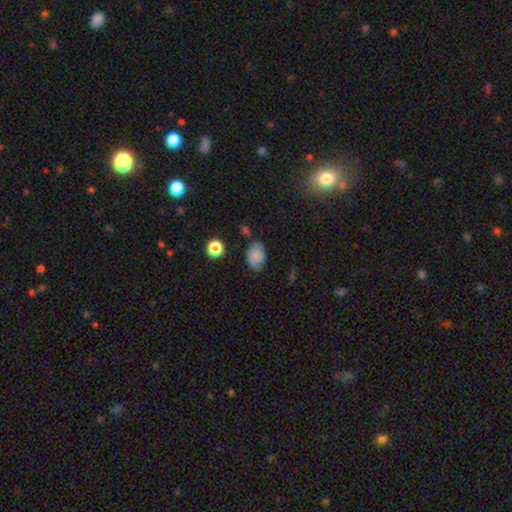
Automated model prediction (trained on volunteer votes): Overall: smooth (80%). How rounded: in between (83%). Merging: none (64%; minor disturbance 25%).